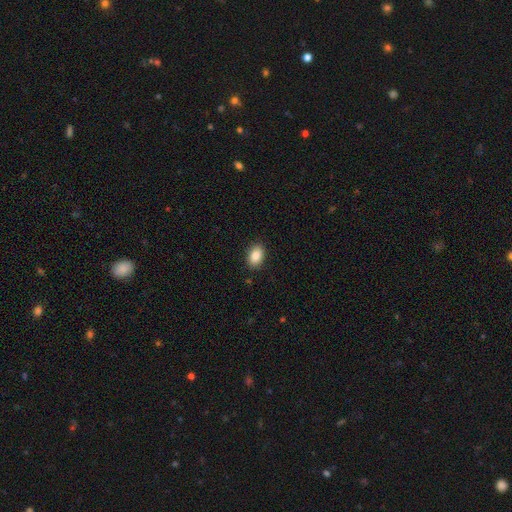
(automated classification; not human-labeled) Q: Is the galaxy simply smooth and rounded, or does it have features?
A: smooth — 86%.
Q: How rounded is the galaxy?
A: in between — 85%.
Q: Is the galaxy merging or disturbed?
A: none — 88%.